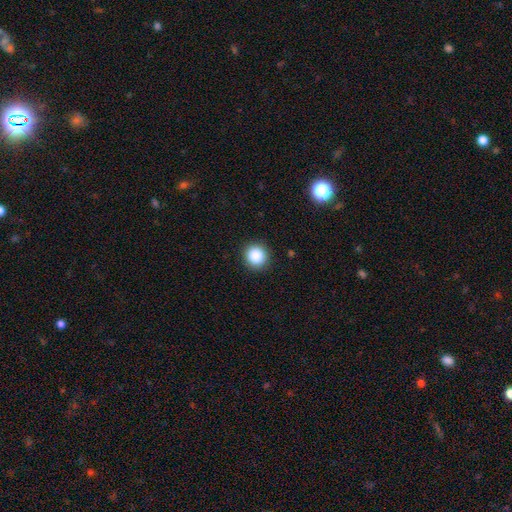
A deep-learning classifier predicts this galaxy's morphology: smooth-or-featured: smooth: 87% | star or artifact: 9% | featured or disk: 3%
  how-rounded: round: 90% | in between: 9% | cigar-shaped: 1%
  merging: none: 91% | minor disturbance: 6% | major disturbance: 2% | merger: 1%